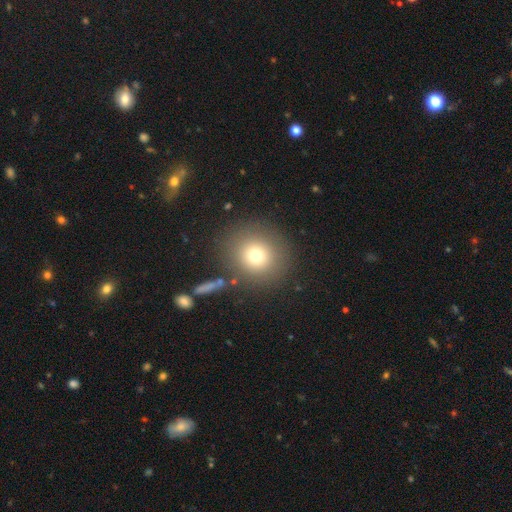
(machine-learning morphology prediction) smooth_or_featured: smooth (p=0.74) [alt: star or artifact p=0.15]
how_rounded: round (p=0.91) [alt: in between p=0.08]
merging: none (p=0.84) [alt: minor disturbance p=0.08]